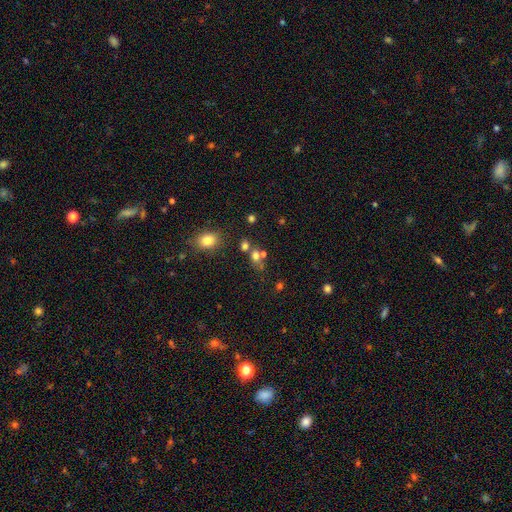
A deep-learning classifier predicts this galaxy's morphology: Q: Smooth or featured?
A: smooth (66%); runner-up: star or artifact (19%)
Q: How rounded?
A: round (52%); runner-up: in between (45%)
Q: Merging?
A: none (42%); runner-up: merger (40%)